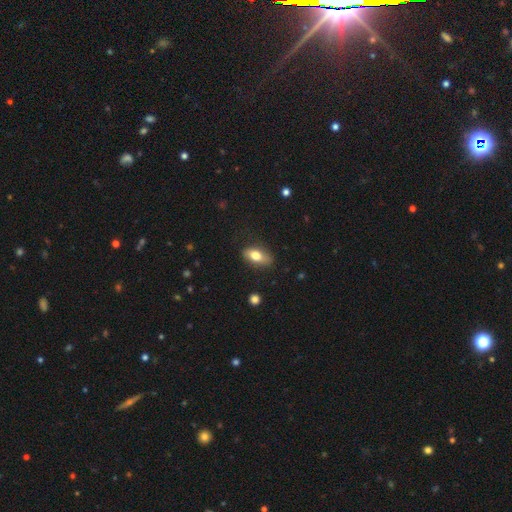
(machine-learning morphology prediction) Overall: smooth (77%). How rounded: in between (86%). Merging: none (79%).